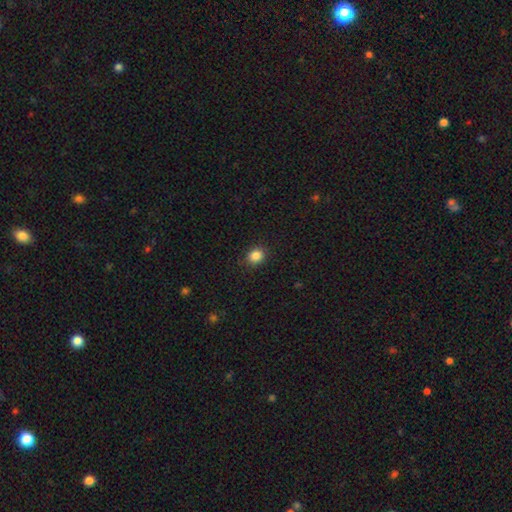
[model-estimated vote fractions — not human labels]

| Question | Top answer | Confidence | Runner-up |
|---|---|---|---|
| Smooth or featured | smooth | 86% | star or artifact (11%) |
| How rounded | round | 71% | in between (28%) |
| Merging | none | 88% | minor disturbance (8%) |